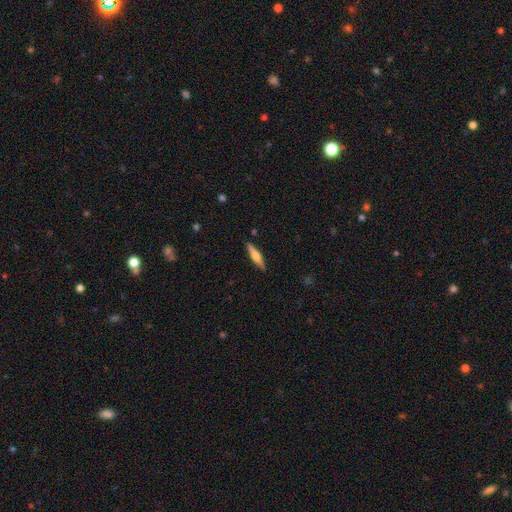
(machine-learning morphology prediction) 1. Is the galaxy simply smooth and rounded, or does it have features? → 56% featured or disk, 39% smooth, 6% star or artifact.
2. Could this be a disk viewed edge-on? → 97% yes, 3% no.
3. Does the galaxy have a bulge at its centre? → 87% rounded, 9% boxy, 4% none.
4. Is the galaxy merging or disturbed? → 90% none, 7% minor disturbance, 2% major disturbance, 1% merger.